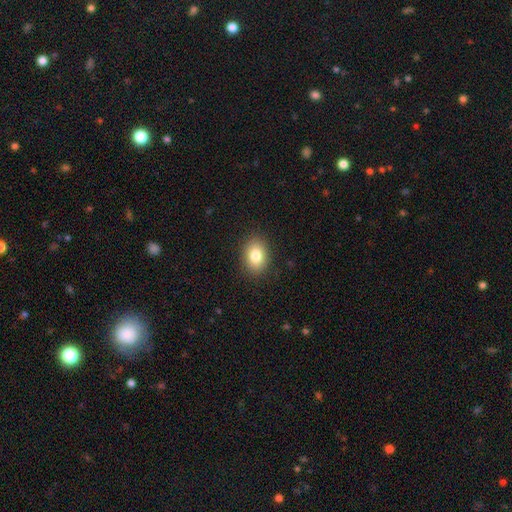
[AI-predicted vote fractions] This is clearly a smooth galaxy (81%). How rounded: likely in between (70%). Merging: clearly none (88%).